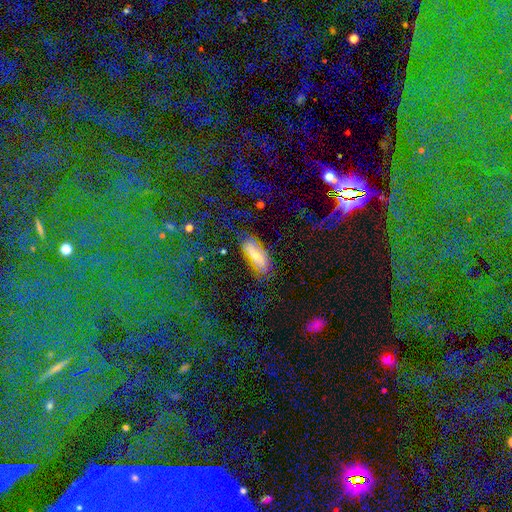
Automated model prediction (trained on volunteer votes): Morphology: type=smooth (48%); merging=none (69%).